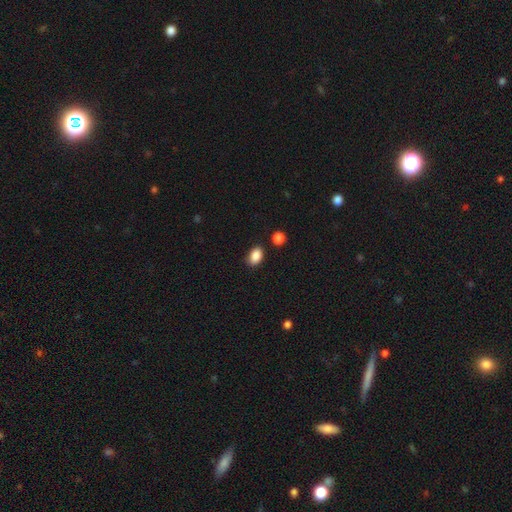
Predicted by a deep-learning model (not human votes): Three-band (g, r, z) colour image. It shows a smooth galaxy with no disk features (88%) that is in between round and cigar-shaped (84%). Merging: none (79%).